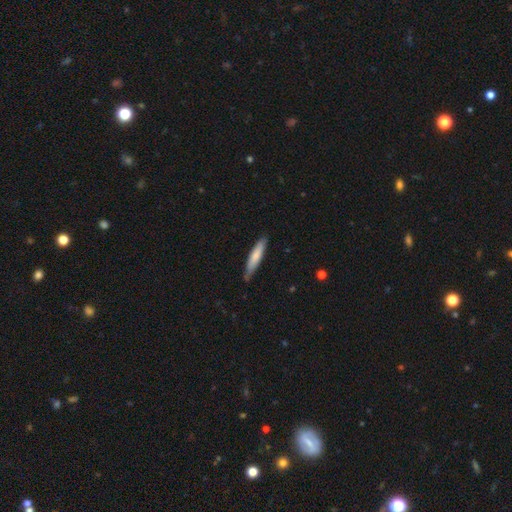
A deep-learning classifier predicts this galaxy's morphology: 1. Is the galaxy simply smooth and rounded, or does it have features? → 72% smooth, 23% featured or disk, 5% star or artifact.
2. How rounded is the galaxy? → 87% cigar-shaped, 12% in between, 1% round.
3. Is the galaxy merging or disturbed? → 76% none, 20% minor disturbance, 3% major disturbance, 2% merger.